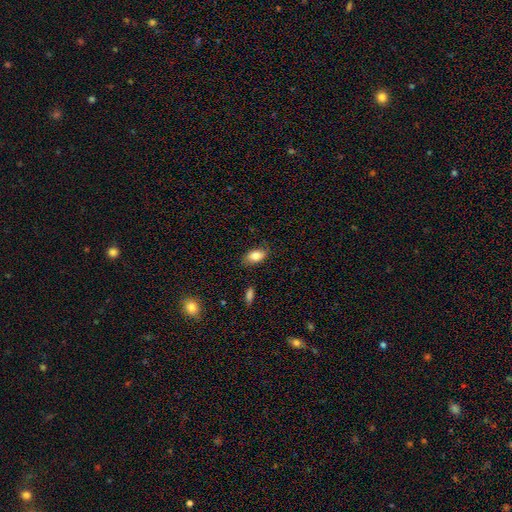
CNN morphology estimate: A smooth galaxy with no disk features (84%) that is in between round and cigar-shaped (91%). Merging: none (80%).